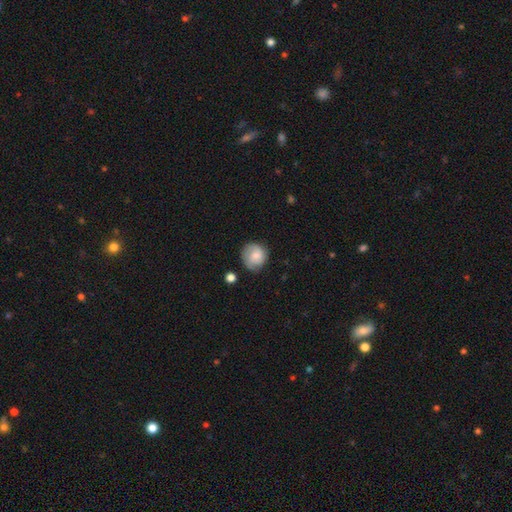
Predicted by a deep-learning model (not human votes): A smooth galaxy with no disk features (61%) that is round (85%). Merging: none (72%).